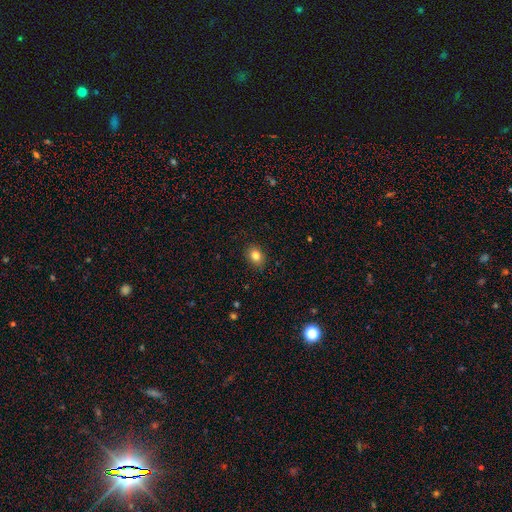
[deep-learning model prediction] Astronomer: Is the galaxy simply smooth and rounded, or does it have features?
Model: smooth — 82%.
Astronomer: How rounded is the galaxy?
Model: in between — 60% (runner-up: round, 39%).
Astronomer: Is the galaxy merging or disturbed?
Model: none — 89%.